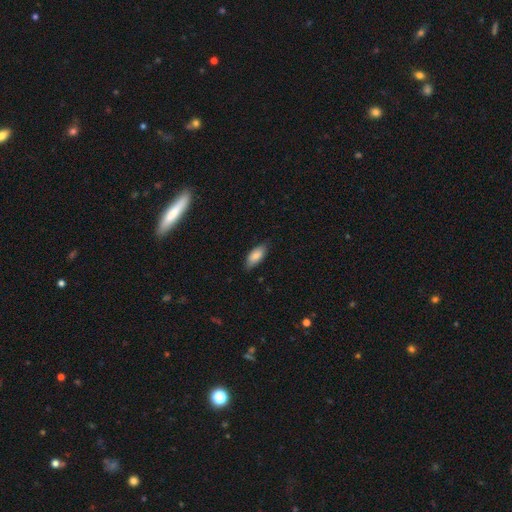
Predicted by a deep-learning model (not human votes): smooth-or-featured: smooth: 83% | featured or disk: 10% | star or artifact: 6%
  how-rounded: in between: 83% | cigar-shaped: 14% | round: 2%
  merging: none: 79% | minor disturbance: 17% | major disturbance: 3% | merger: 1%